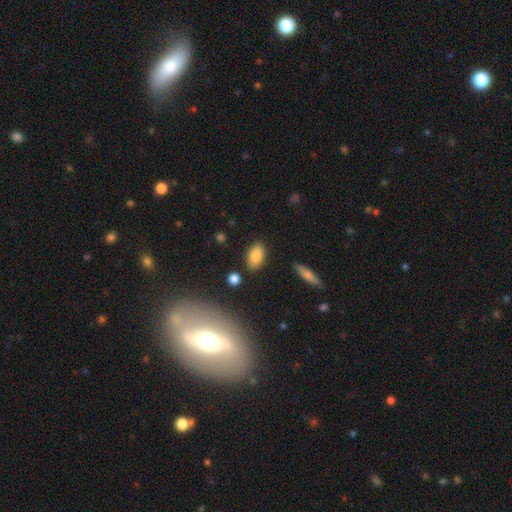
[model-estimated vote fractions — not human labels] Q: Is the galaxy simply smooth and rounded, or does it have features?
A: smooth — 85%.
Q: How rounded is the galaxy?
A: in between — 92%.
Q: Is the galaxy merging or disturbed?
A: none — 84%.